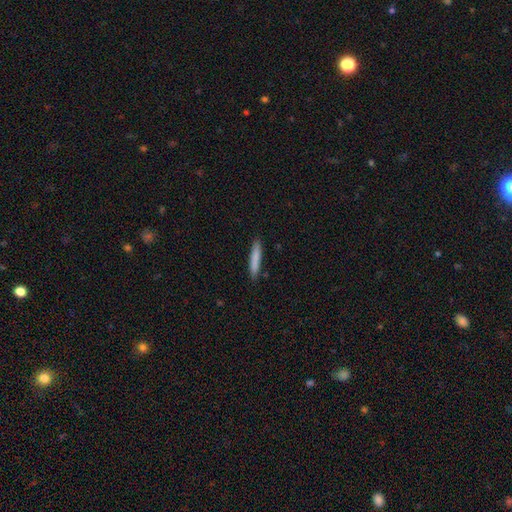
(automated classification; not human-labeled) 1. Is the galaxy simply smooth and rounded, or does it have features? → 78% smooth, 16% featured or disk, 6% star or artifact.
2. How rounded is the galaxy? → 95% cigar-shaped, 4% in between, 1% round.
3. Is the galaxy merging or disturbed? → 91% none, 7% minor disturbance, 1% major disturbance, 1% merger.